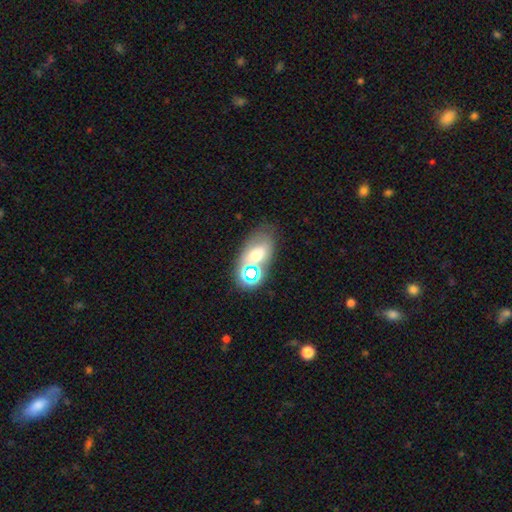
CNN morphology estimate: A smooth galaxy with no disk features (52%) that is in between round and cigar-shaped (78%). Merging: none (49%).